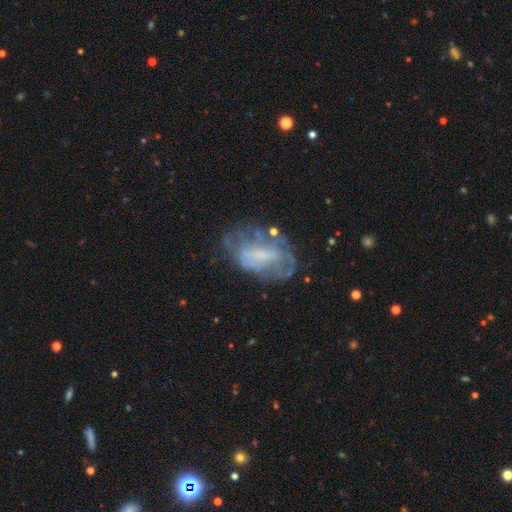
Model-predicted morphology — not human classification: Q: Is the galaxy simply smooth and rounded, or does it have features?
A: featured or disk — 61%.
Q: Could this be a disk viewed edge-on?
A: no — 94%.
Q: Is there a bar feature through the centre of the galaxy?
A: no — 41%.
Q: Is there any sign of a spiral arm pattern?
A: no — 51%.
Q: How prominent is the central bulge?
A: small — 39%.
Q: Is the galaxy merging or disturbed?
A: none — 53%.